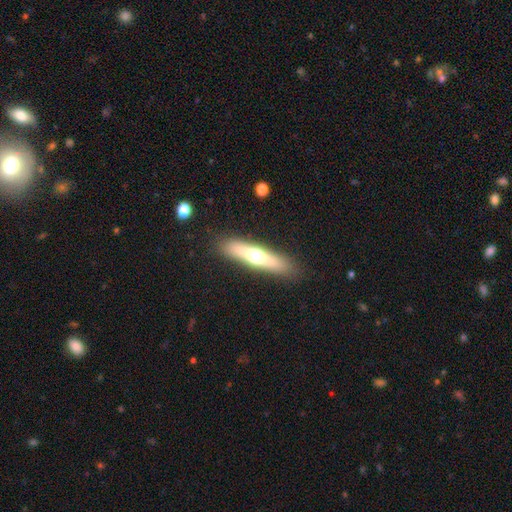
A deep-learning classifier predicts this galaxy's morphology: Smooth or featured: smooth — 50% (featured or disk — 43%)
How rounded: cigar-shaped — 79% (in between — 19%)
Merging: none — 88% (minor disturbance — 8%)